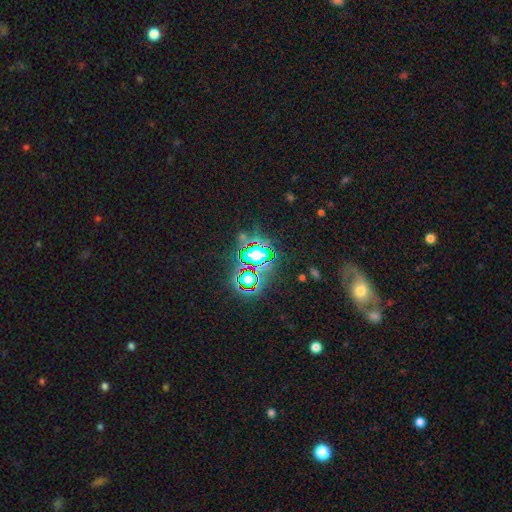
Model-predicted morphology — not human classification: star or artifact 74%, smooth 14%, featured or disk 11%.